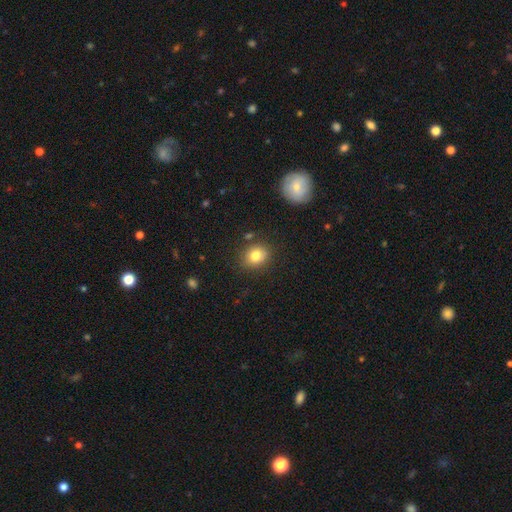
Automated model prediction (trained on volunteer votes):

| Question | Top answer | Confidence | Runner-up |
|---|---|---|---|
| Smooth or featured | smooth | 80% | star or artifact (11%) |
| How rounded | round | 64% | in between (35%) |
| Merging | none | 84% | minor disturbance (10%) |